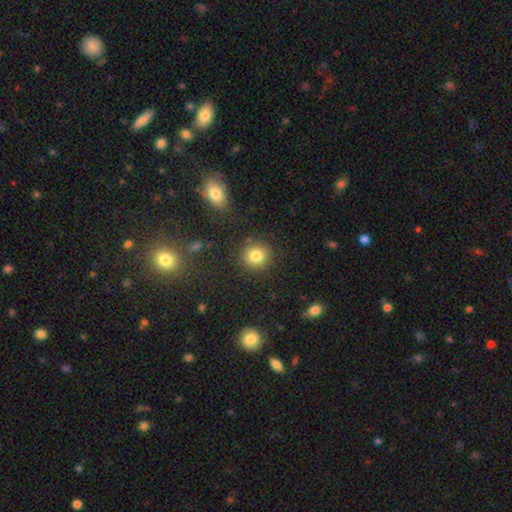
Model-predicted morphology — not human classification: This is clearly a smooth galaxy (82%). How rounded: clearly round (89%). Merging: clearly none (87%).